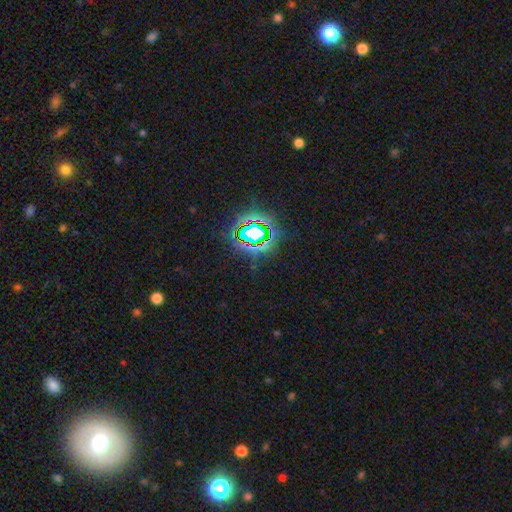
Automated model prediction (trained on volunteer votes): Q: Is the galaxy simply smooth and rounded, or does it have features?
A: star or artifact — 81%.